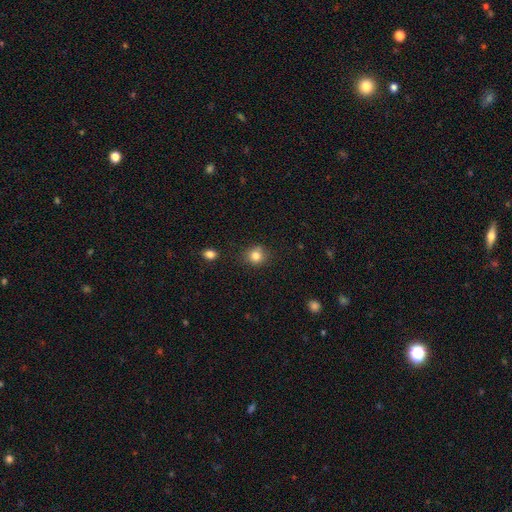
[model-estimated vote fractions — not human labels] This appears to be a smooth galaxy with no disk features (82%) that is round (81%). Merging: none (79%).